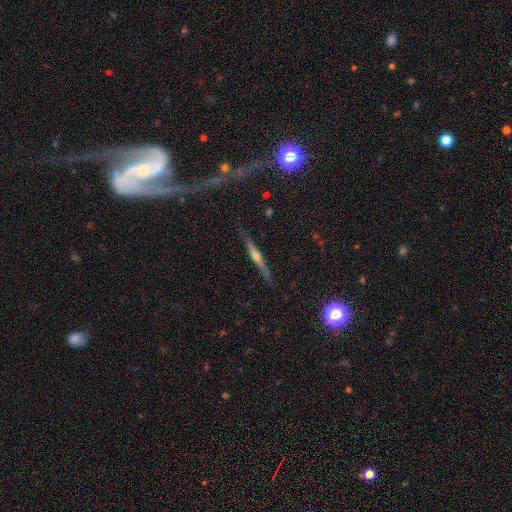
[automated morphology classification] A featured or disk galaxy (66%) viewed edge-on (97%) with a rounded central bulge (74%). Merging: none (84%).